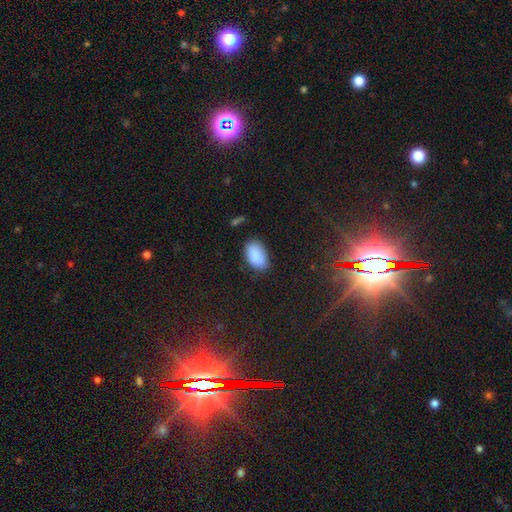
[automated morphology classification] Overall: smooth (88%). How rounded: in between (93%). Merging: none (79%).